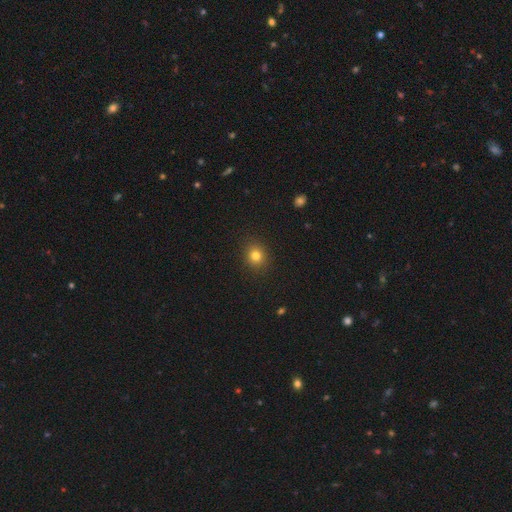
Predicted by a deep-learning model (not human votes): Overall: smooth (80%). How rounded: round (79%). Merging: none (90%).